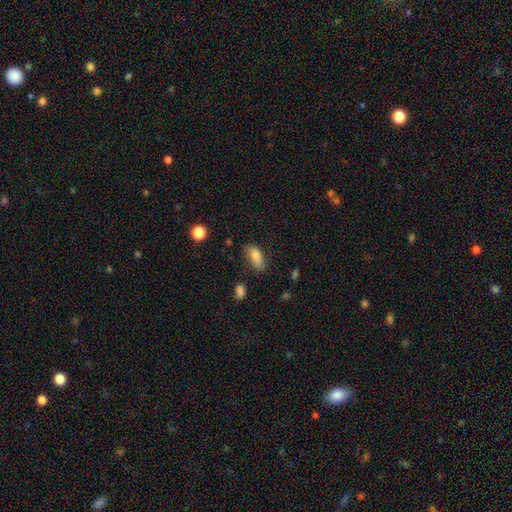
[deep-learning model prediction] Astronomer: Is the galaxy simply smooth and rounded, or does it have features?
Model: smooth — 80%.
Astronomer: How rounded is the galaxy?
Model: in between — 89%.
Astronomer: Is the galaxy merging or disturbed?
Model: none — 69%.